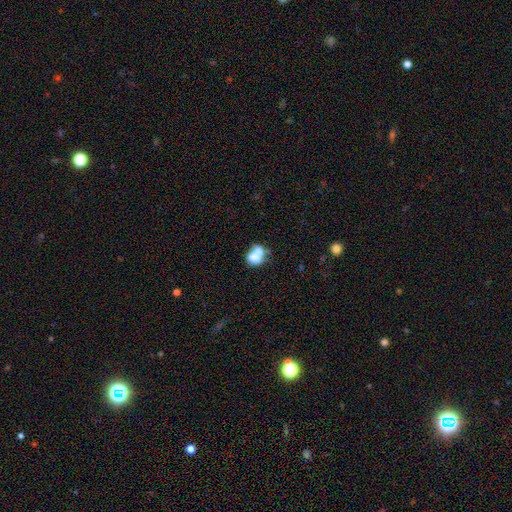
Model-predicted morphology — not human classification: Smooth or featured? Predicted: smooth (p=0.67). How rounded? Predicted: in between (p=0.54). Merging? Predicted: merger (p=0.59).